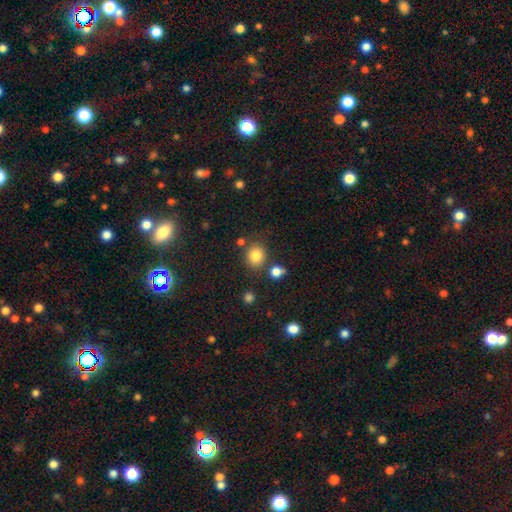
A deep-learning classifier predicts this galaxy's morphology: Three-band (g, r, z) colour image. It shows a smooth galaxy with no disk features (82%) that is round (69%). Merging: none (76%).